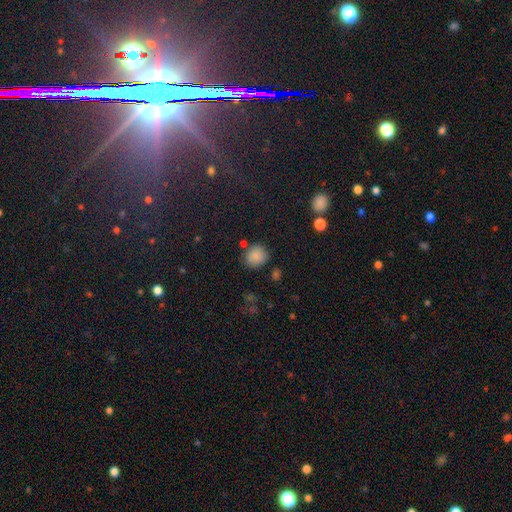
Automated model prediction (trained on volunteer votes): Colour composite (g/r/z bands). It shows a smooth galaxy with no disk features (83%) that is round (76%). Merging: none (75%).